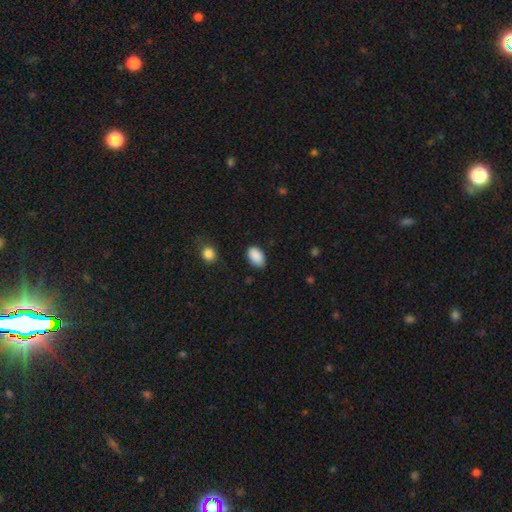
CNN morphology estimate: This appears to be a smooth galaxy with no disk features (90%) that is in between round and cigar-shaped (91%). Merging: none (81%).